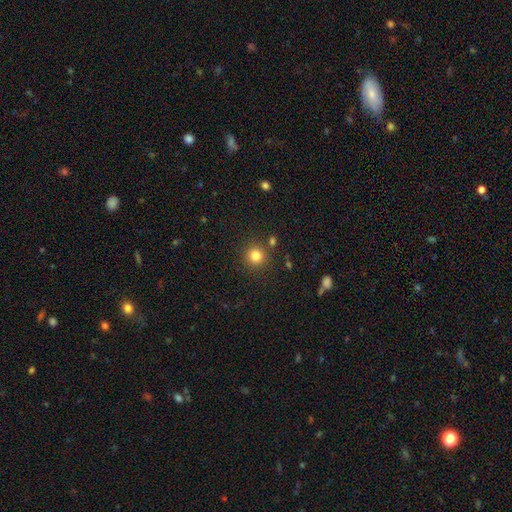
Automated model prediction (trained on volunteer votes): Smooth or featured? smooth (82%)
How rounded? round (93%)
Merging? none (86%)